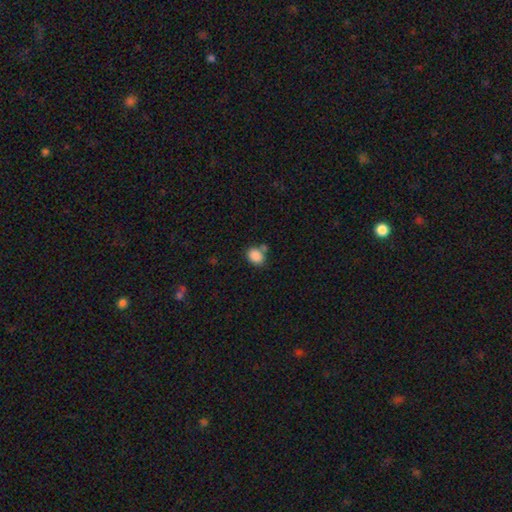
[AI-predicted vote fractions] This is clearly a smooth galaxy (87%). How rounded: possibly in between (56%). Merging: likely none (62%).